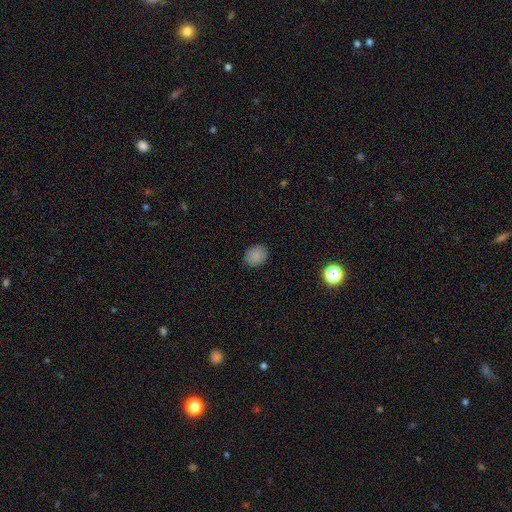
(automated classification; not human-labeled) Smooth or featured?
  - smooth: 85% *
  - star or artifact: 11%
  - featured or disk: 5%
How rounded?
  - round: 51% *
  - in between: 48%
  - cigar-shaped: 1%
Merging?
  - none: 86% *
  - minor disturbance: 11%
  - major disturbance: 2%
  - merger: 1%